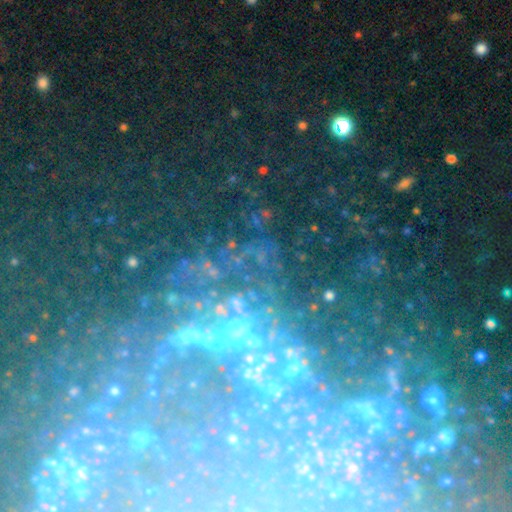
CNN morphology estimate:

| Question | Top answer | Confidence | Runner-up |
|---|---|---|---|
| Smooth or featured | star or artifact | 45% | featured or disk (41%) |